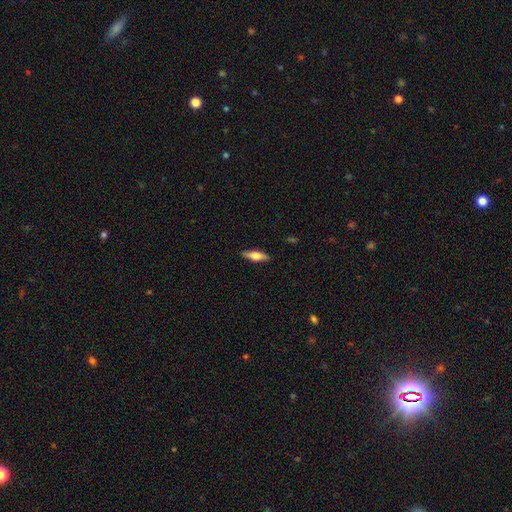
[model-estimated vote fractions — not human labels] A smooth galaxy with no disk features (56%) that is cigar-shaped (55%). Merging: none (89%).